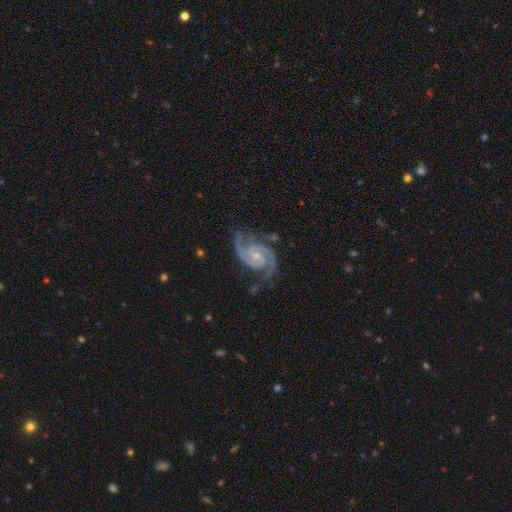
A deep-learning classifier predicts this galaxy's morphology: This appears to be a featured or disk galaxy (94%) with no bar (56%), 2 (80%) tight (48%) spiral arms (99%) and a small central bulge (67%). Merging: none (71%).